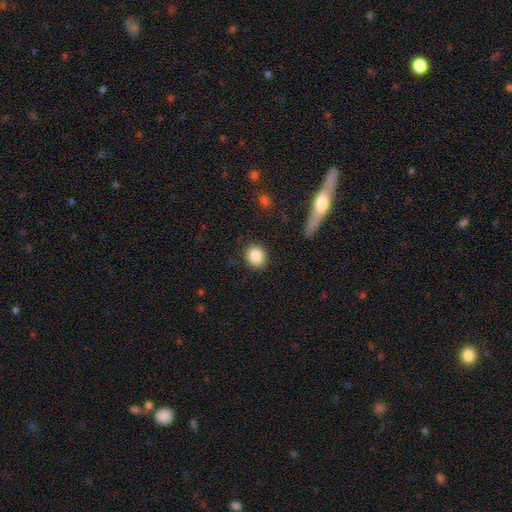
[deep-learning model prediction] The model was most divided on "how rounded": round: 66%, in between: 33%, cigar-shaped: 1%. More confident: merging — none (88%); smooth or featured — smooth (87%).